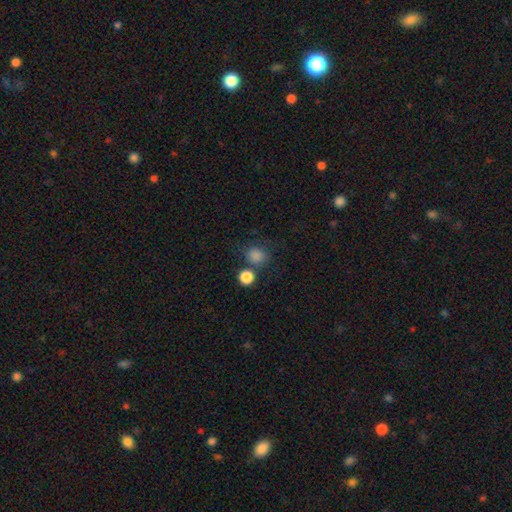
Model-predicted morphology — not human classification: A smooth galaxy with no disk features (81%) that is round (78%). Merging: none (67%).